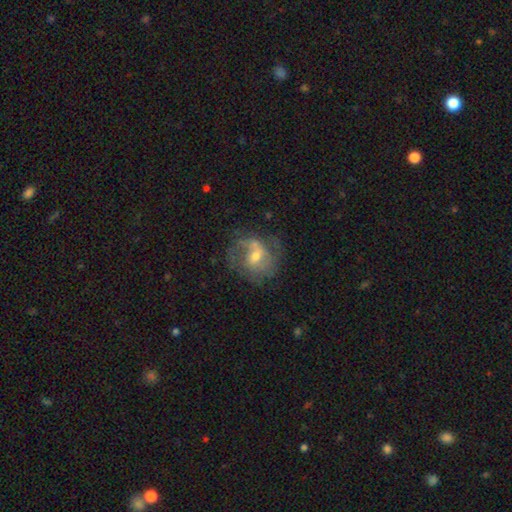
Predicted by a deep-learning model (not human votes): Overall: featured or disk (70%). Edge-on disk: no (97%). Bar: weak (49%; no 37%). Spiral arms: yes (80%). Spiral arm count: 2 (52%; can't tell 25%). Spiral winding: medium (45%; loose 28%). Bulge size: moderate (55%; small 39%). Merging: none (56%; minor disturbance 22%).